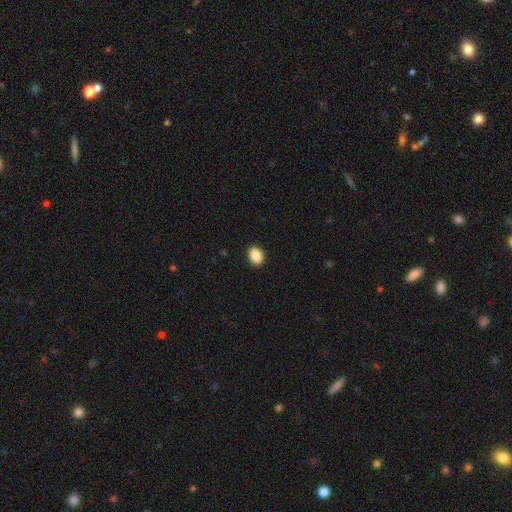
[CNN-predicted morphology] type=smooth (88%); roundness=in between (81%); merging=none (91%).